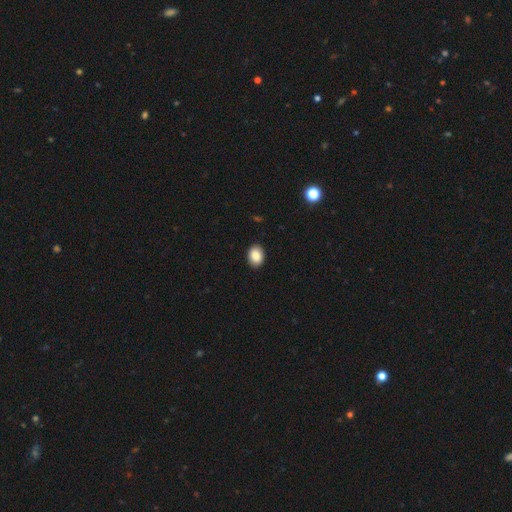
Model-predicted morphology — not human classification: Smooth or featured?
  - smooth: 88% *
  - star or artifact: 8%
  - featured or disk: 4%
How rounded?
  - in between: 73% *
  - round: 26%
  - cigar-shaped: 1%
Merging?
  - none: 91% *
  - minor disturbance: 7%
  - major disturbance: 2%
  - merger: 1%